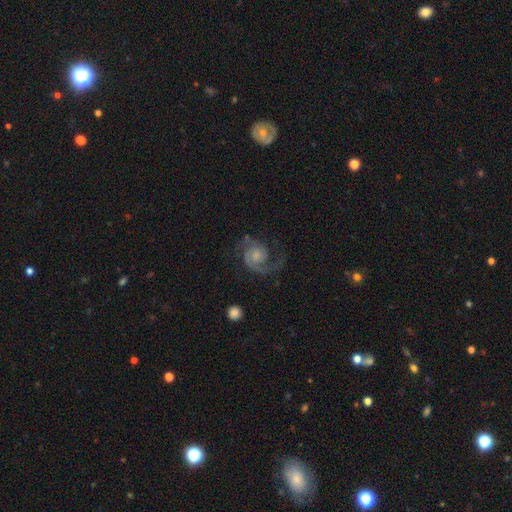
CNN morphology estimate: Q: Smooth or featured?
A: featured or disk (87%); runner-up: smooth (7%)
Q: Edge-on disk?
A: no (98%); runner-up: yes (2%)
Q: Bar?
A: no (71%); runner-up: weak (25%)
Q: Spiral arms?
A: yes (98%); runner-up: no (2%)
Q: Spiral winding?
A: medium (51%); runner-up: tight (27%)
Q: Spiral arm count?
A: 2 (82%); runner-up: 1 (11%)
Q: Bulge size?
A: small (48%); runner-up: moderate (34%)
Q: Merging?
A: none (66%); runner-up: minor disturbance (16%)